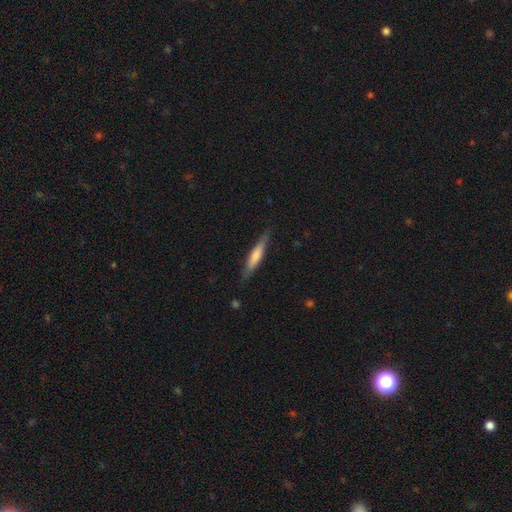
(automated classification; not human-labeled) Overall: smooth (62%; featured or disk 33%). How rounded: cigar-shaped (89%). Merging: none (84%).